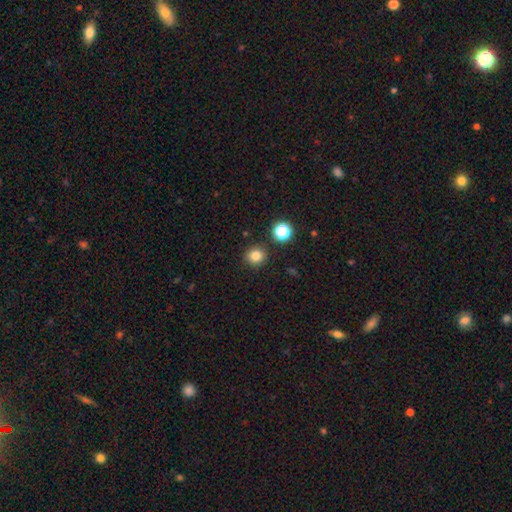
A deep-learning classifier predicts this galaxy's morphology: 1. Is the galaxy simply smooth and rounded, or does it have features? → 80% smooth, 14% star or artifact, 5% featured or disk.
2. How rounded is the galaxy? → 89% round, 10% in between, 1% cigar-shaped.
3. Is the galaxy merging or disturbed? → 87% none, 7% minor disturbance, 4% merger, 2% major disturbance.